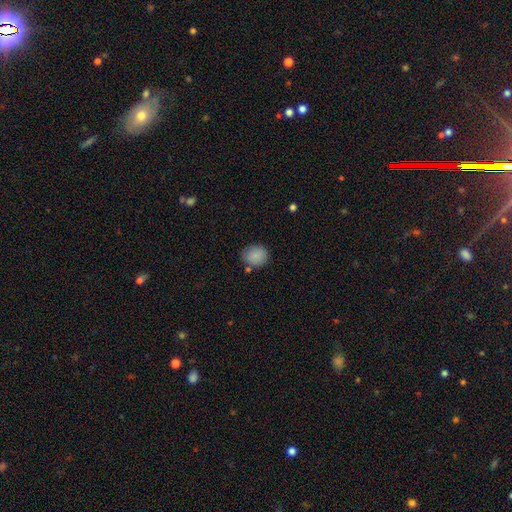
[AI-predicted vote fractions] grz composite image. It shows a smooth galaxy with no disk features (87%) that is round (71%). Merging: none (78%).